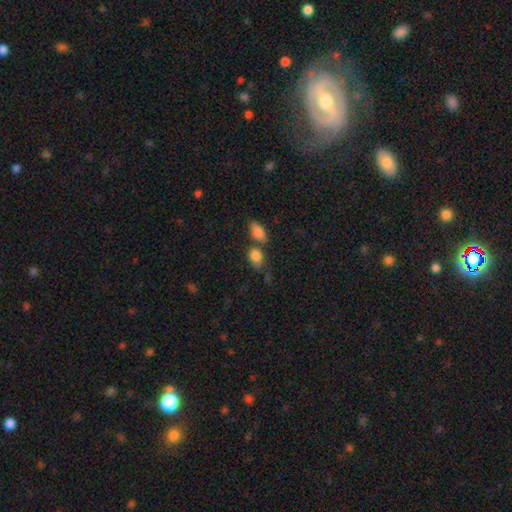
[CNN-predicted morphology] A smooth galaxy with no disk features (83%) that is in between round and cigar-shaped (64%). Merging: none (40%).